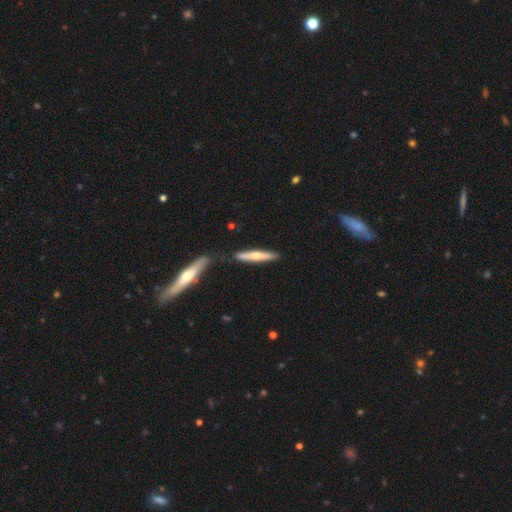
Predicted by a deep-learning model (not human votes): A smooth galaxy with no disk features (48%).

Vote fractions:
- Smooth or featured? smooth: 48% / featured or disk: 46% / star or artifact: 5%
- Merging? none: 78% / minor disturbance: 12% / merger: 8% / major disturbance: 3%